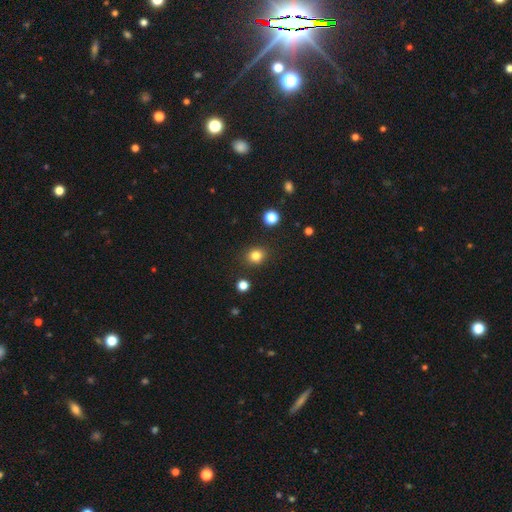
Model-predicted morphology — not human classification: Overall: smooth (82%). How rounded: round (81%). Merging: none (89%).